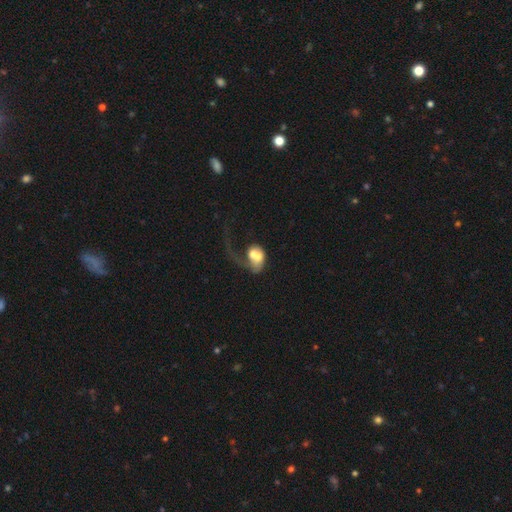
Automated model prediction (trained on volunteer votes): The model was most divided on "merging" (2-way tie): merger: 40%, major disturbance: 40%, none: 12%, minor disturbance: 8%. Remaining: smooth or featured — featured or disk (47%).